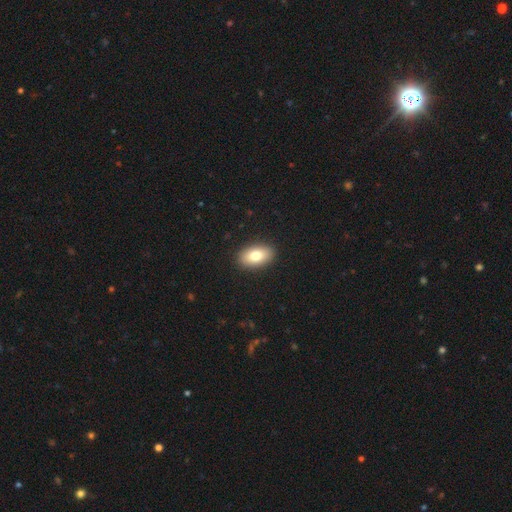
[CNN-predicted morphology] Overall: smooth (80%). How rounded: in between (92%). Merging: none (91%).